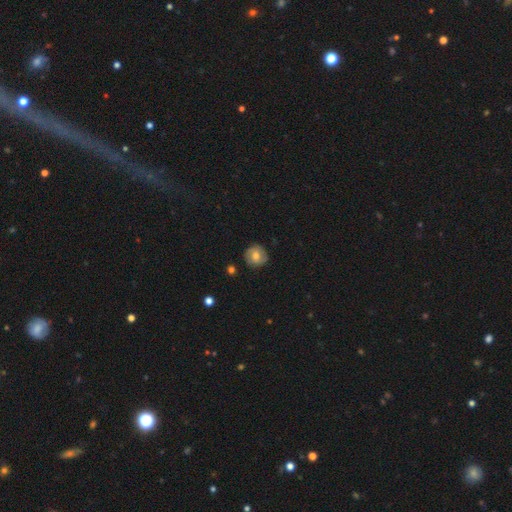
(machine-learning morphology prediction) Overall: smooth (53%; featured or disk 38%). How rounded: round (90%). Merging: none (85%).